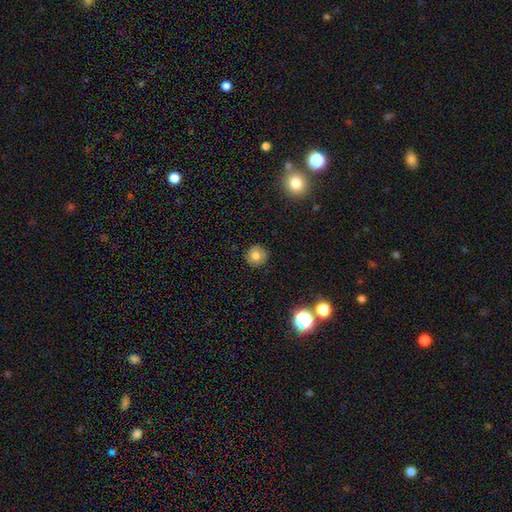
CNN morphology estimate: smooth 75%, featured or disk 13%, star or artifact 12%. Down the decision tree: how rounded — round (94%); merging — none (88%).